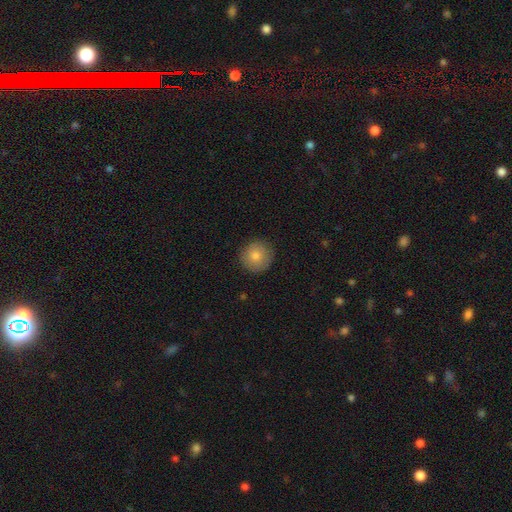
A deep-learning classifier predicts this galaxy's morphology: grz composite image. It shows a smooth galaxy with no disk features (81%) that is round (94%). Merging: none (88%).